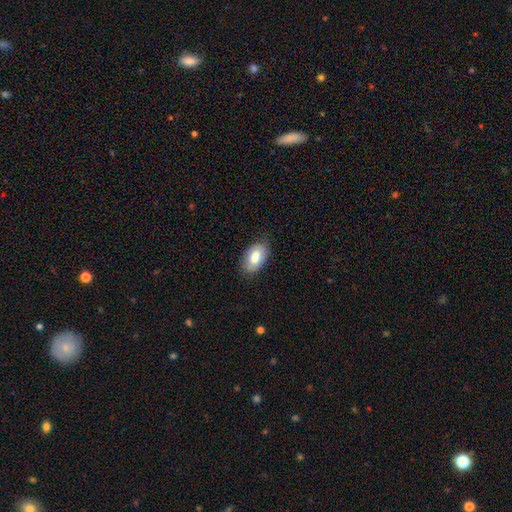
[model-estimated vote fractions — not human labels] Smooth or featured? Predicted: smooth (p=0.81). How rounded? Predicted: in between (p=0.94). Merging? Predicted: none (p=0.81).